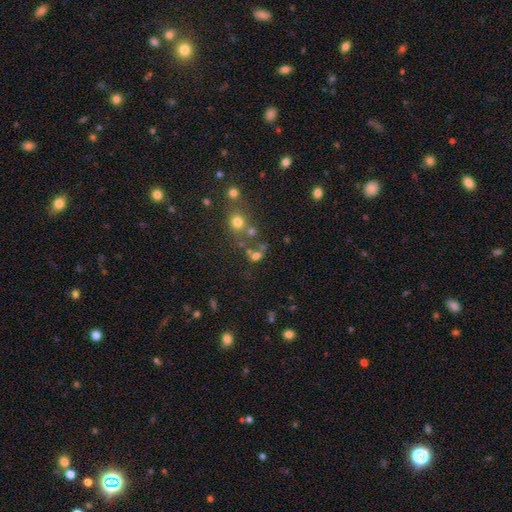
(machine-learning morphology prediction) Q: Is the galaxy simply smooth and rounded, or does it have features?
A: smooth — 63%.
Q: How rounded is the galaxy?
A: round — 64%.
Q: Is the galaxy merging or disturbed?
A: none — 50%.